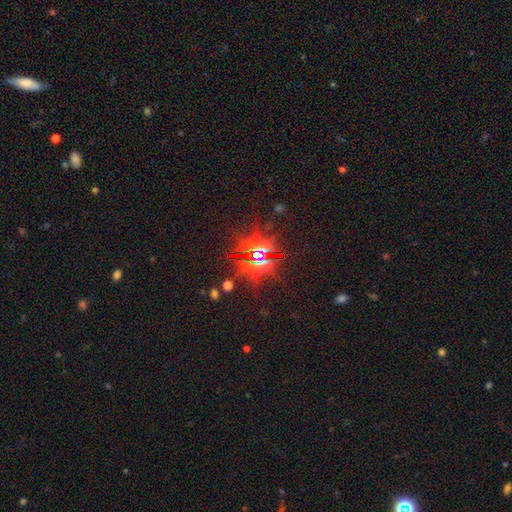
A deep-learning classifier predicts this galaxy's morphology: smooth_or_featured: star or artifact (p=0.79) [alt: smooth p=0.11]